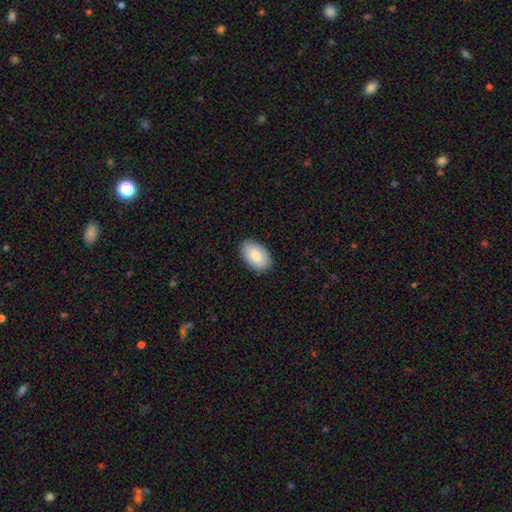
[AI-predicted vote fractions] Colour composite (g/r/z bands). It shows a smooth galaxy with no disk features (82%) that is in between round and cigar-shaped (92%). Merging: none (85%).